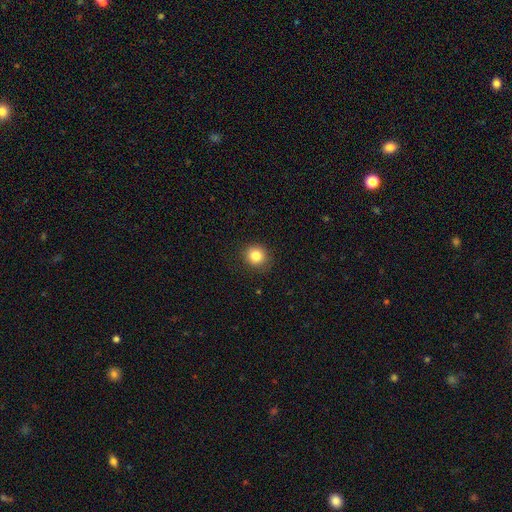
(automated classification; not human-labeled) A smooth galaxy with no disk features (84%) that is round (88%). Merging: none (89%).